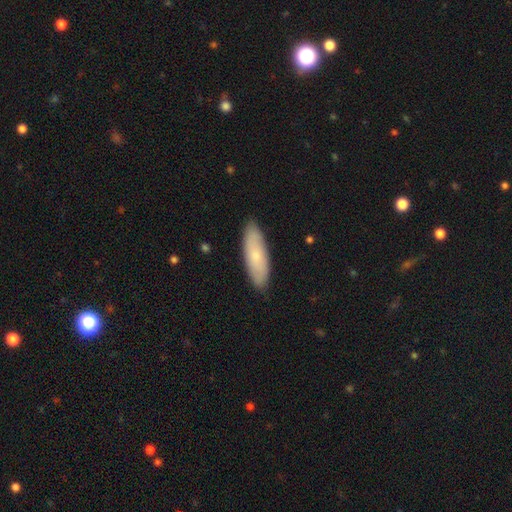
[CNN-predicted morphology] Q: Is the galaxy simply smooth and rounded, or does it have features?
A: smooth — 69%.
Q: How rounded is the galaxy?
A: in between — 55%.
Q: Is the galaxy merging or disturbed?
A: none — 87%.